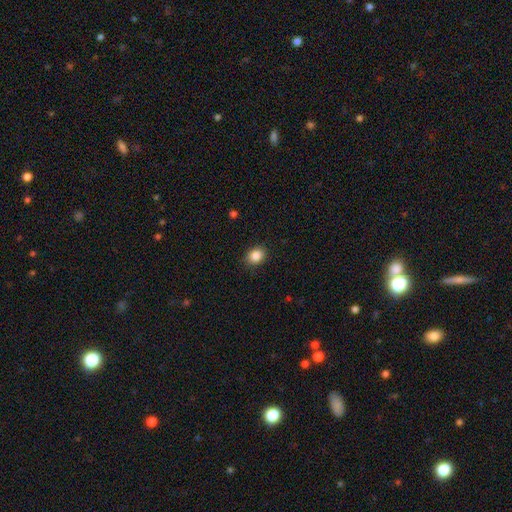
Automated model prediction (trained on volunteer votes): A smooth galaxy with no disk features (86%) that is round (56%).

Vote fractions:
- Smooth or featured? smooth: 86% / star or artifact: 10% / featured or disk: 4%
- How rounded? round: 56% / in between: 43% / cigar-shaped: 1%
- Merging? none: 88% / minor disturbance: 9% / major disturbance: 2% / merger: 1%